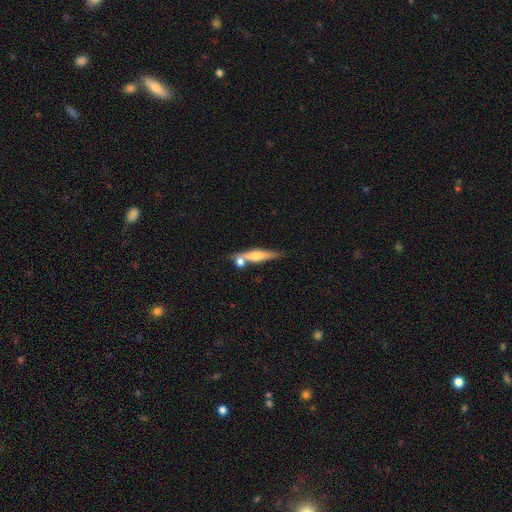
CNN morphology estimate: This is possibly a featured or disk galaxy (52%). It is clearly viewed edge-on (92%). Merging: possibly none (54%).